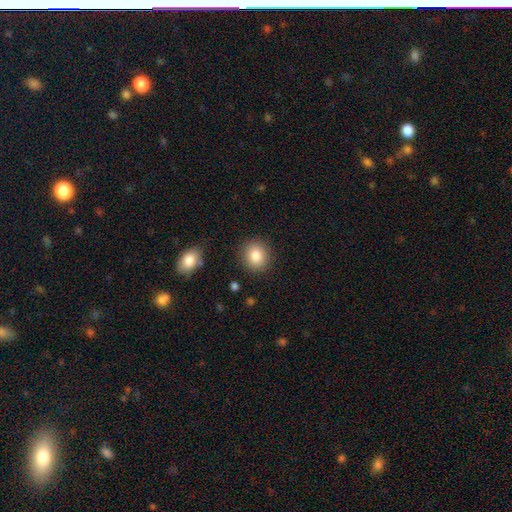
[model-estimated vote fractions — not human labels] smooth-or-featured: smooth: 84% | star or artifact: 9% | featured or disk: 7%
  how-rounded: round: 83% | in between: 16% | cigar-shaped: 1%
  merging: none: 89% | minor disturbance: 7% | major disturbance: 2% | merger: 2%